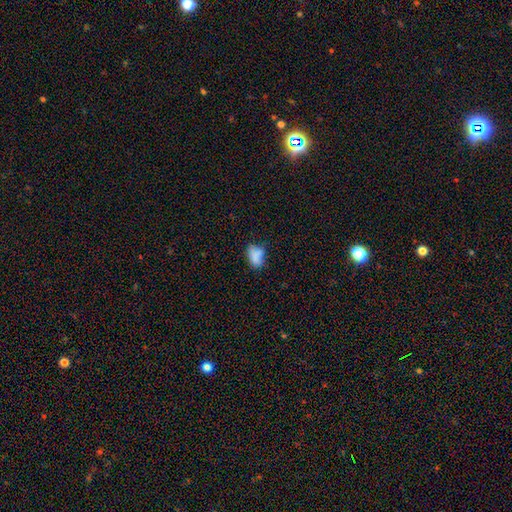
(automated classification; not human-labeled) Q: Smooth or featured?
A: smooth (78%); runner-up: featured or disk (11%)
Q: How rounded?
A: in between (81%); runner-up: round (17%)
Q: Merging?
A: none (54%); runner-up: minor disturbance (28%)